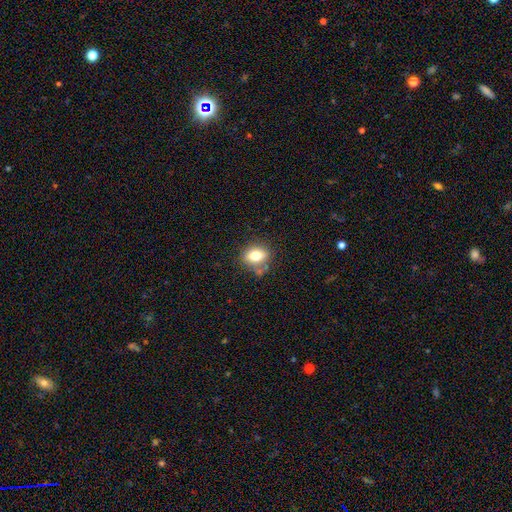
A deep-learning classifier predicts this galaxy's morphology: smooth-or-featured: smooth: 74% | featured or disk: 17% | star or artifact: 10%
  how-rounded: in between: 62% | round: 36% | cigar-shaped: 2%
  merging: none: 67% | minor disturbance: 19% | merger: 9% | major disturbance: 6%